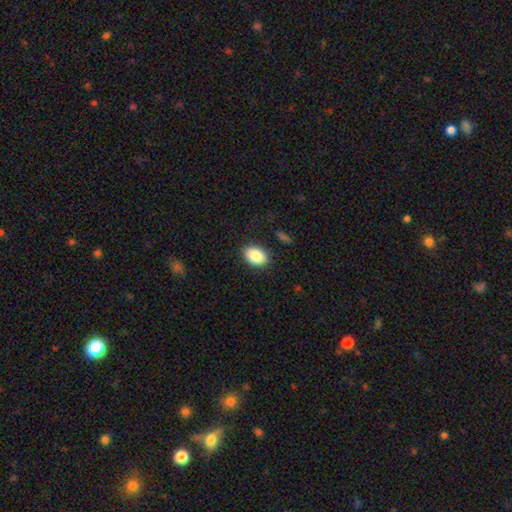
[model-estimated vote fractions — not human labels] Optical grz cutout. It shows a smooth galaxy with no disk features (87%) that is in between round and cigar-shaped (83%). Merging: none (87%).